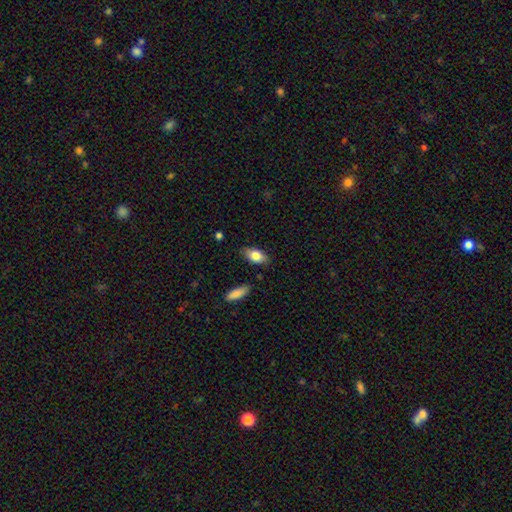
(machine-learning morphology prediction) A smooth galaxy with no disk features (78%) that is in between round and cigar-shaped (88%).

Vote fractions:
- Smooth or featured? smooth: 78% / featured or disk: 15% / star or artifact: 7%
- How rounded? in between: 88% / cigar-shaped: 7% / round: 5%
- Merging? none: 81% / minor disturbance: 14% / major disturbance: 3% / merger: 2%